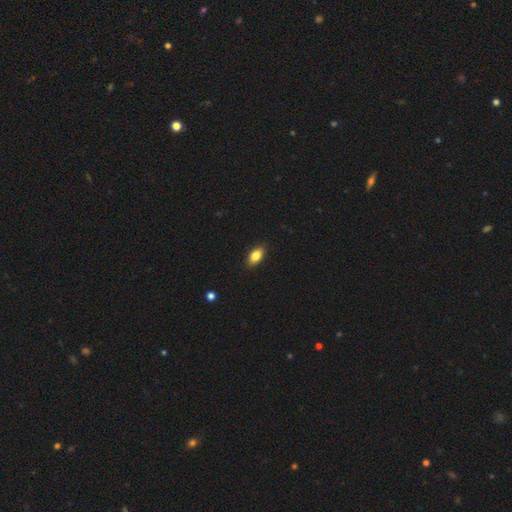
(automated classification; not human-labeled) This is clearly a smooth galaxy (83%). How rounded: clearly in between (90%). Merging: clearly none (87%).